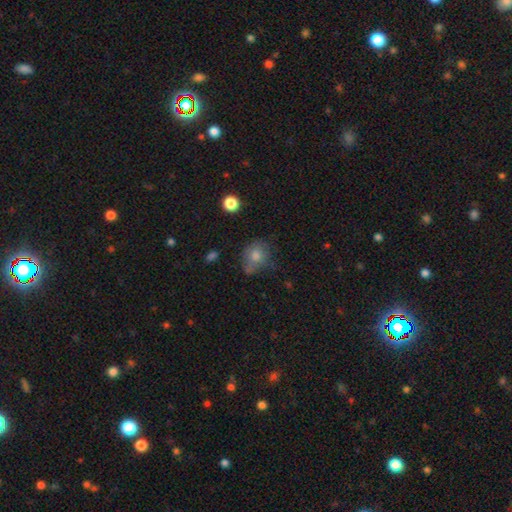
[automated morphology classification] smooth 73%, star or artifact 14%, featured or disk 13%. Down the decision tree: how rounded — round (68%); merging — none (59%).